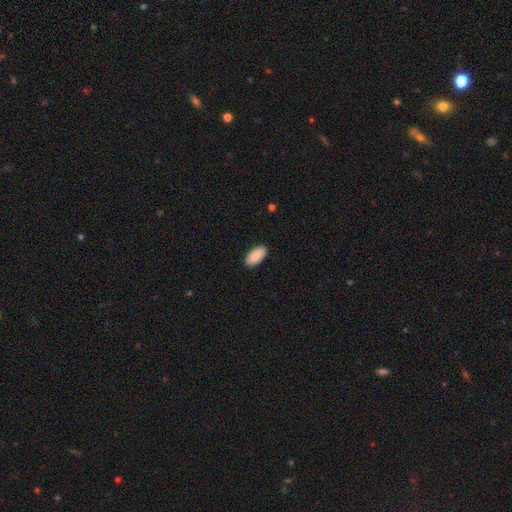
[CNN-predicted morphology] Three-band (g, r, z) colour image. It shows a smooth galaxy with no disk features (87%) that is in between round and cigar-shaped (92%). Merging: none (90%).